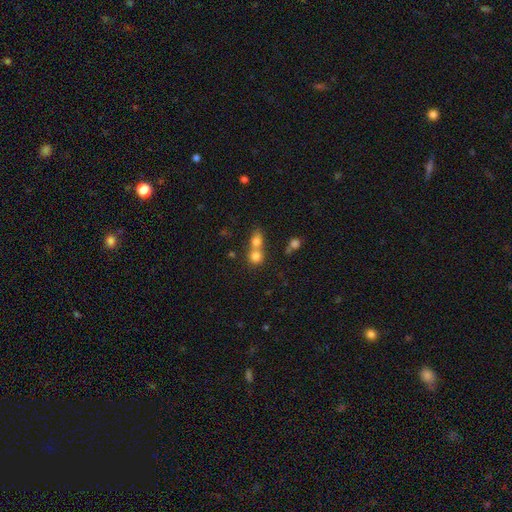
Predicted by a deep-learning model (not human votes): smooth-or-featured: smooth: 77% | star or artifact: 12% | featured or disk: 11%
  how-rounded: round: 79% | in between: 19% | cigar-shaped: 2%
  merging: merger: 57% | none: 35% | minor disturbance: 6% | major disturbance: 3%